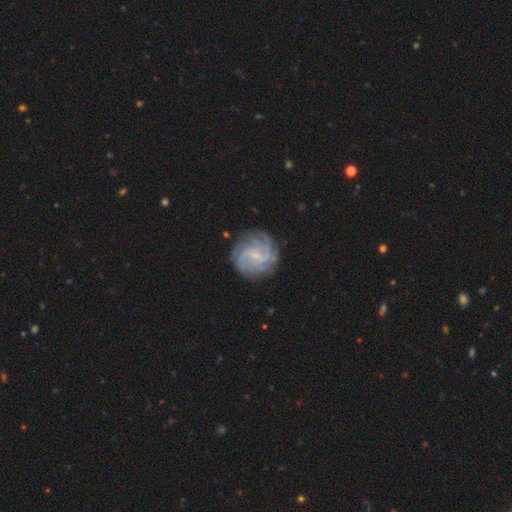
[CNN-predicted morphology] This is likely a featured or disk galaxy (77%). It is clearly not viewed edge-on (98%). Bar: possibly weak (49%). Spiral arm pattern: clearly yes (92%). Spiral arm count: marginally can't tell (34%). Spiral winding: marginally tight (43%). Central bulge: likely small (75%). Merging: likely none (78%).